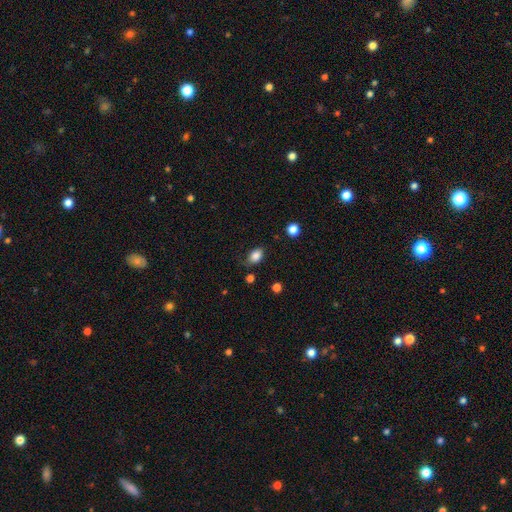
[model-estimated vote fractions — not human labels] A smooth galaxy with no disk features (85%) that is in between round and cigar-shaped (79%).

Vote fractions:
- Smooth or featured? smooth: 85% / star or artifact: 9% / featured or disk: 6%
- How rounded? in between: 79% / round: 19% / cigar-shaped: 1%
- Merging? none: 67% / minor disturbance: 24% / major disturbance: 7% / merger: 2%